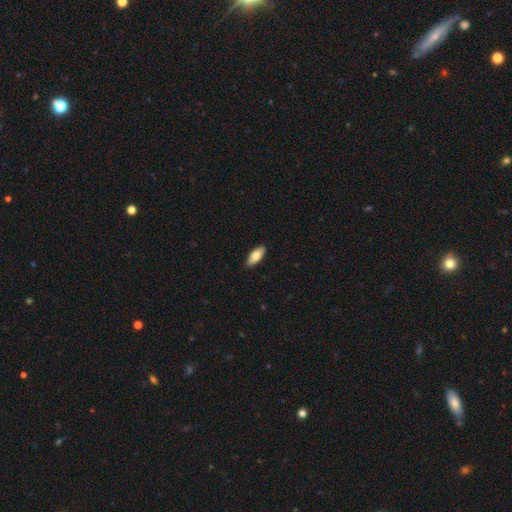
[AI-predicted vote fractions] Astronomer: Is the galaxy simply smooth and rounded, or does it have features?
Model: smooth — 77%.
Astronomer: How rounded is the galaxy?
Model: in between — 79%.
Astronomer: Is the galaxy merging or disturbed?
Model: none — 88%.